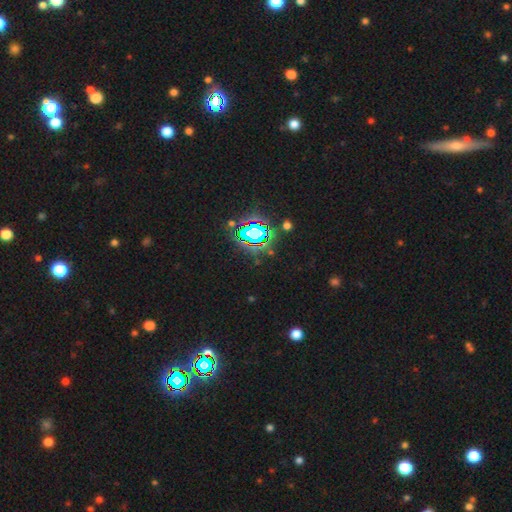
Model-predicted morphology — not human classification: A star or artifact, not a galaxy (80%).

Vote fractions:
- Smooth or featured? star or artifact: 80% / smooth: 12% / featured or disk: 8%